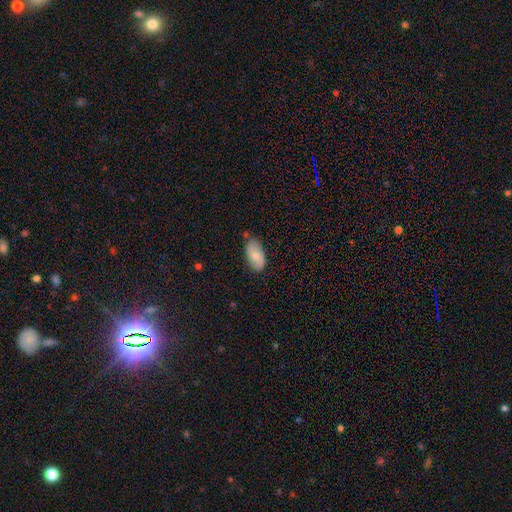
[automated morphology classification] Smooth or featured? Predicted: smooth (p=0.72). How rounded? Predicted: in between (p=0.94). Merging? Predicted: none (p=0.74).